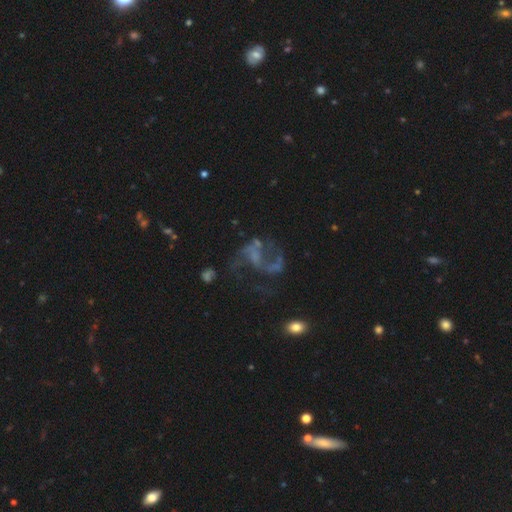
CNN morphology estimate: Smooth or featured? Predicted: featured or disk (p=0.73). Edge-on disk? Predicted: no (p=0.98). Bar? Predicted: no (p=0.56). Spiral arms? Predicted: yes (p=0.72). Spiral winding? Predicted: loose (p=0.62). Spiral arm count? Predicted: 2 (p=0.67). Bulge size? Predicted: none (p=0.59). Merging? Predicted: none (p=0.42).